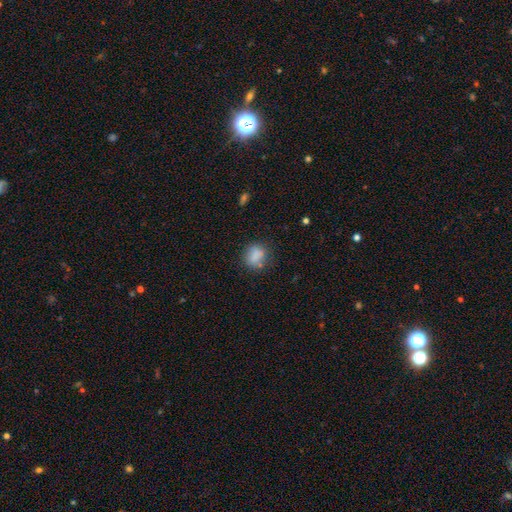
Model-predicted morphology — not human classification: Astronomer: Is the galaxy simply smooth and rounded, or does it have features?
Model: smooth — 79%.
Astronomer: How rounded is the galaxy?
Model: round — 58% (runner-up: in between, 40%).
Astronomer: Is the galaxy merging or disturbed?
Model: none — 67%.